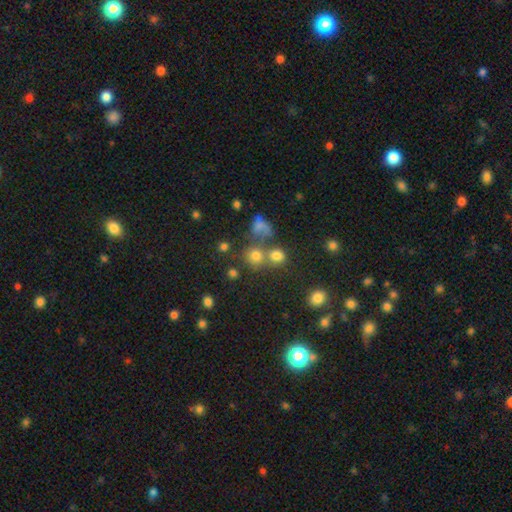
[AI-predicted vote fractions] Smooth or featured? smooth (73%)
How rounded? round (83%)
Merging? none (54%)